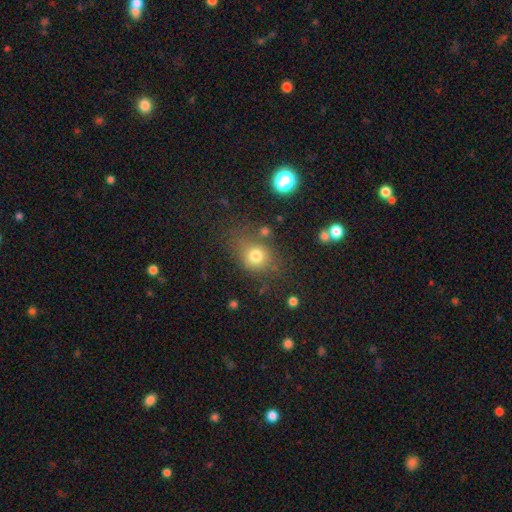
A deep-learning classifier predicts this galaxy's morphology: The model was most divided on "how rounded": round: 68%, in between: 31%, cigar-shaped: 1%. More confident: smooth or featured — smooth (76%); merging — none (65%).